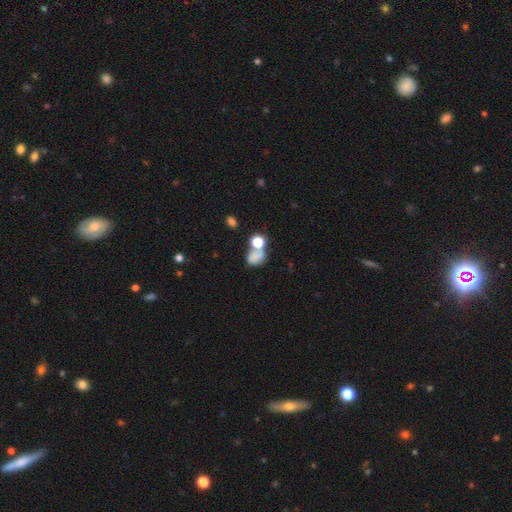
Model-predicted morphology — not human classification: Smooth or featured?
  - smooth: 70% *
  - featured or disk: 15%
  - star or artifact: 15%
How rounded?
  - in between: 54% *
  - round: 45%
  - cigar-shaped: 2%
Merging?
  - merger: 45% *
  - none: 30%
  - minor disturbance: 13%
  - major disturbance: 12%